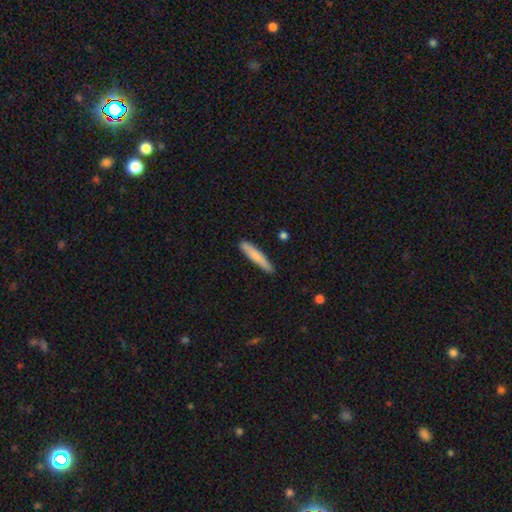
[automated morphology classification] Smooth or featured: smooth — 76% (featured or disk — 19%)
How rounded: cigar-shaped — 91% (in between — 7%)
Merging: none — 85% (minor disturbance — 12%)